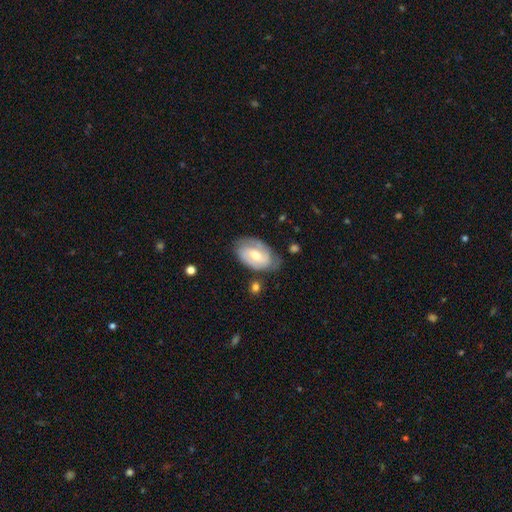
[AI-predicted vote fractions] Smooth or featured? Predicted: featured or disk (p=0.69). Edge-on disk? Predicted: no (p=0.96). Bar? Predicted: weak (p=0.51). Spiral arms? Predicted: yes (p=0.85). Spiral winding? Predicted: tight (p=0.50). Spiral arm count? Predicted: 2 (p=0.68). Bulge size? Predicted: moderate (p=0.62). Merging? Predicted: none (p=0.69).